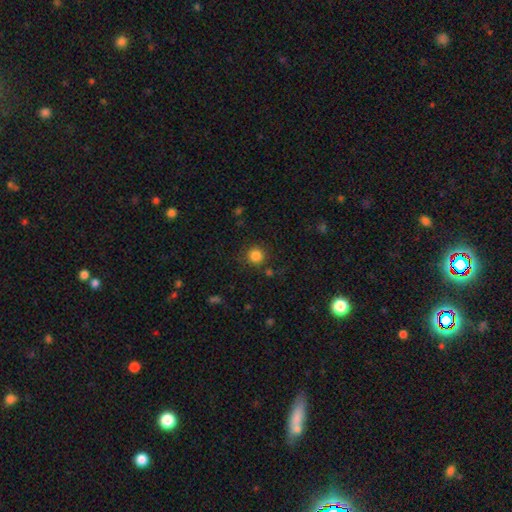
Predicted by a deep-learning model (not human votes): Smooth or featured: smooth — 84% (star or artifact — 12%)
How rounded: round — 94% (in between — 5%)
Merging: none — 86% (minor disturbance — 8%)